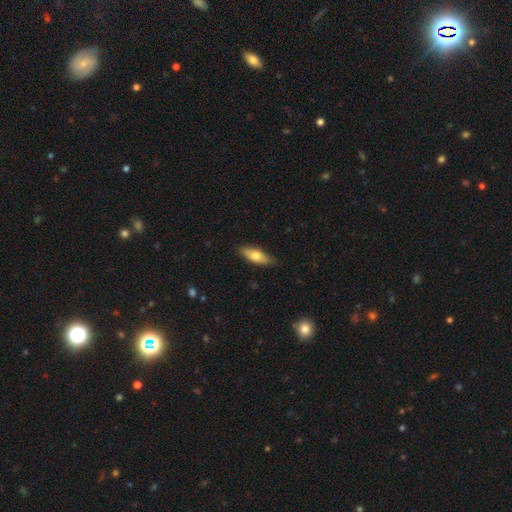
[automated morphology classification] Overall: smooth (69%). How rounded: in between (66%; cigar-shaped 32%). Merging: none (85%).